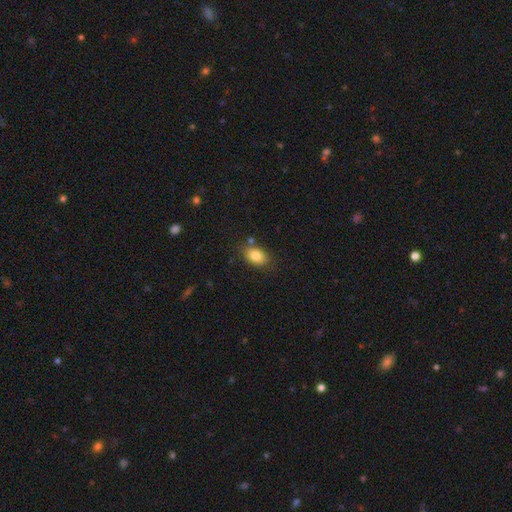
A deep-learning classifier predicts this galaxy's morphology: smooth-or-featured: smooth: 83% | star or artifact: 9% | featured or disk: 8%
  how-rounded: in between: 84% | round: 14% | cigar-shaped: 1%
  merging: none: 78% | minor disturbance: 13% | merger: 5% | major disturbance: 3%